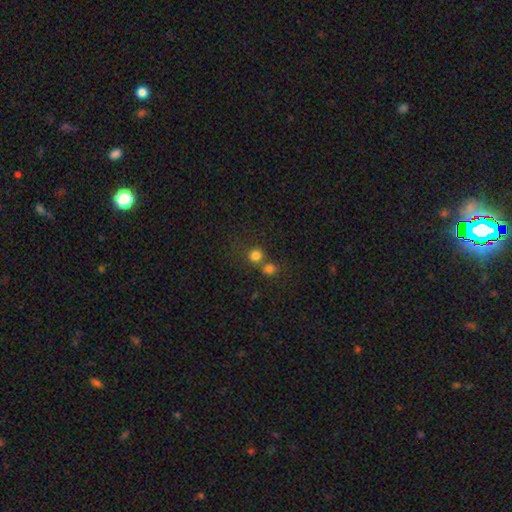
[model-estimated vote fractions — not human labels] Overall: smooth (78%). How rounded: round (89%). Merging: none (56%; merger 34%).